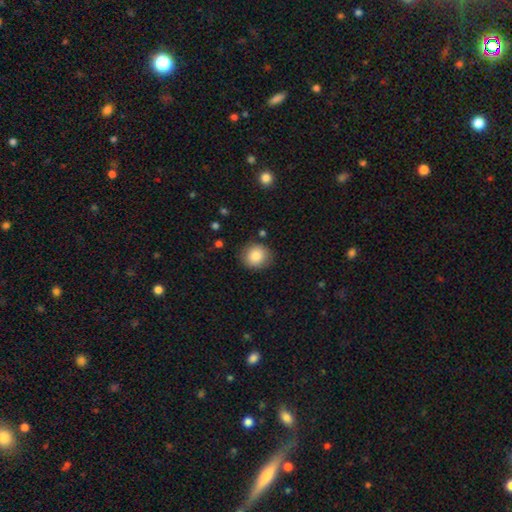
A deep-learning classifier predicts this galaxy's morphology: type=smooth (85%); roundness=round (84%); merging=none (85%).